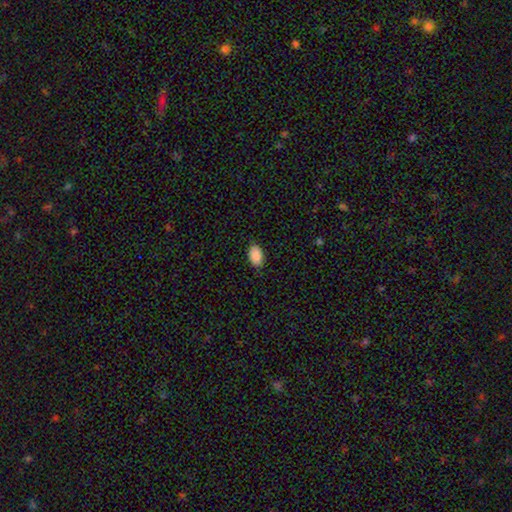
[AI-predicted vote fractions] smooth-or-featured: smooth: 90% | star or artifact: 7% | featured or disk: 4%
  how-rounded: in between: 92% | round: 6% | cigar-shaped: 1%
  merging: none: 86% | minor disturbance: 11% | major disturbance: 2% | merger: 1%